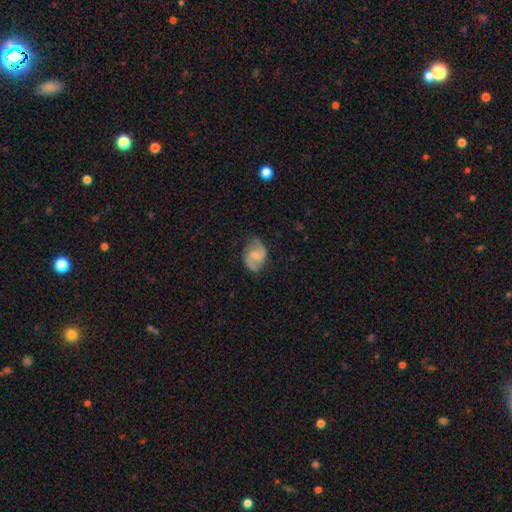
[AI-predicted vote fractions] This is likely a featured or disk galaxy (74%). It is clearly not viewed edge-on (98%). Bar: possibly weak (54%). Spiral arm pattern: clearly yes (95%). Spiral arm count: clearly 2 (91%). Spiral winding: possibly medium (50%). Central bulge: marginally small (43%). Merging: likely none (73%).